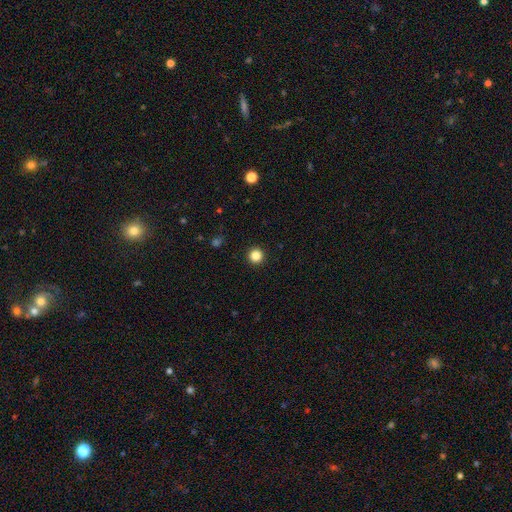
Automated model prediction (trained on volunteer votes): Smooth or featured: smooth — 85% (star or artifact — 11%)
How rounded: round — 96% (in between — 3%)
Merging: none — 94% (minor disturbance — 4%)